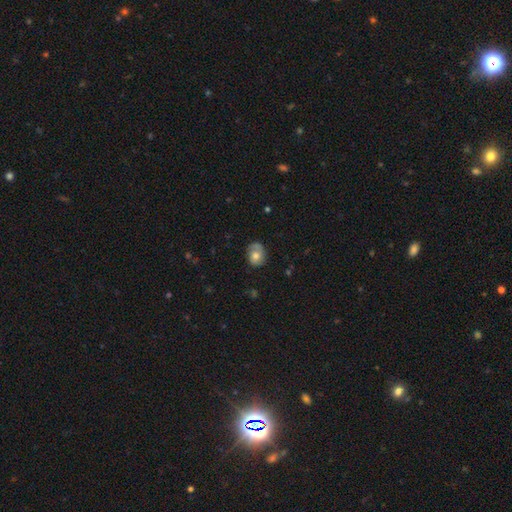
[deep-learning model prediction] Q: Smooth or featured?
A: smooth (62%); runner-up: featured or disk (30%)
Q: How rounded?
A: in between (50%); runner-up: round (49%)
Q: Merging?
A: none (60%); runner-up: minor disturbance (27%)